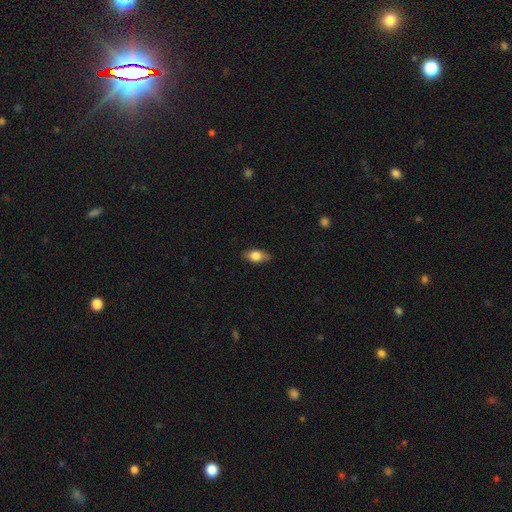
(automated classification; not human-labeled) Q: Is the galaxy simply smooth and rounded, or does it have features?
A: smooth — 78%.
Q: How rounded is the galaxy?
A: in between — 87%.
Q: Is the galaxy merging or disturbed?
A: none — 85%.